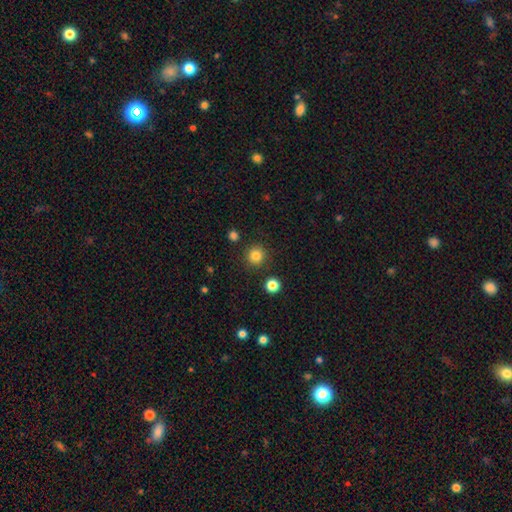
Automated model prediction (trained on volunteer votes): smooth 83%, star or artifact 12%, featured or disk 5%. Down the decision tree: how rounded — round (94%); merging — none (88%).